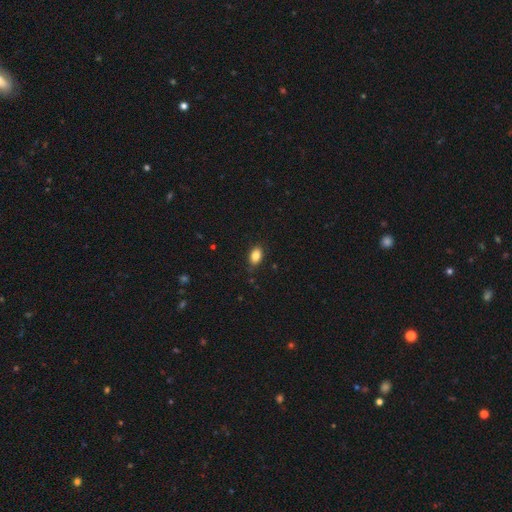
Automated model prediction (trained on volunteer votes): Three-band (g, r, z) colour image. It shows a smooth galaxy with no disk features (85%) that is in between round and cigar-shaped (87%). Merging: none (82%).